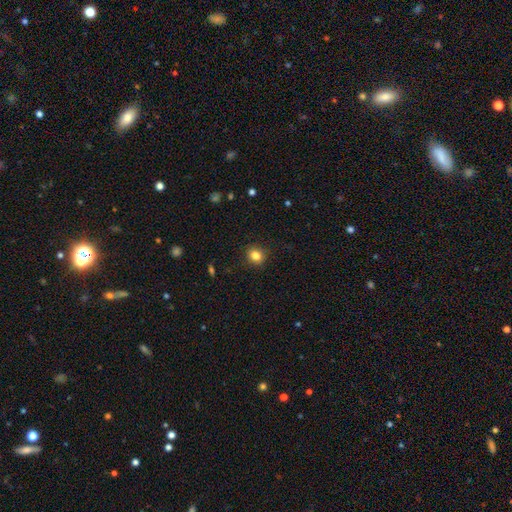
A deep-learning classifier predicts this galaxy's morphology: Smooth or featured? Predicted: smooth (p=0.83). How rounded? Predicted: round (p=0.81). Merging? Predicted: none (p=0.90).